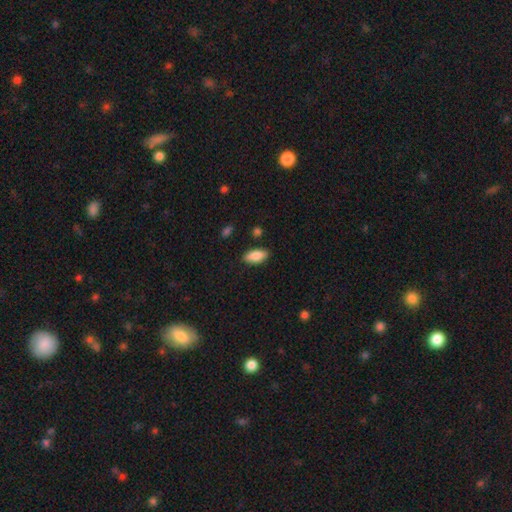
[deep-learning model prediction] A smooth galaxy with no disk features (85%) that is in between round and cigar-shaped (84%). Merging: none (85%).